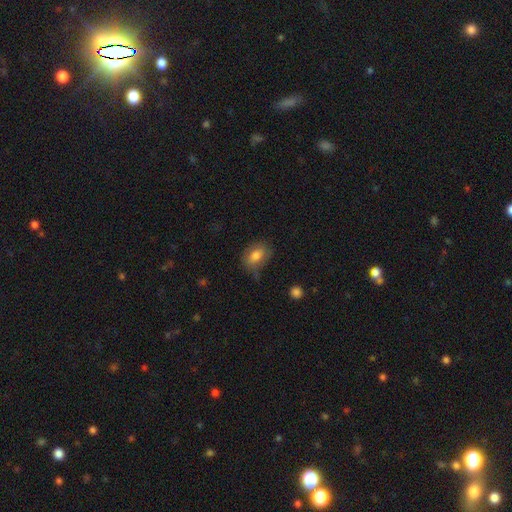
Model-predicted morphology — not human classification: Q: Smooth or featured?
A: smooth (76%); runner-up: featured or disk (15%)
Q: How rounded?
A: in between (78%); runner-up: round (21%)
Q: Merging?
A: none (65%); runner-up: minor disturbance (24%)